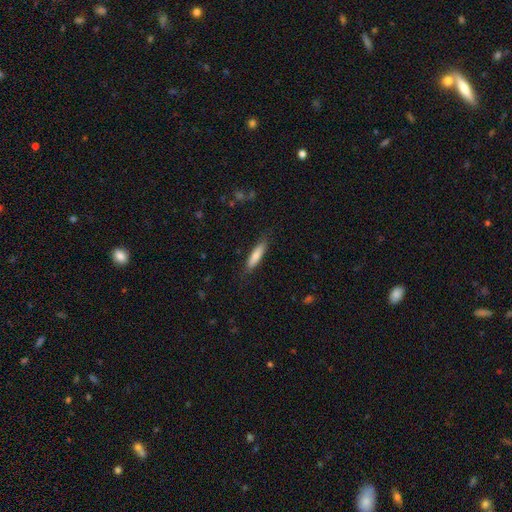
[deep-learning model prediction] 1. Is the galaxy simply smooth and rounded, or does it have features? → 77% smooth, 17% featured or disk, 6% star or artifact.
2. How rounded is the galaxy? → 76% cigar-shaped, 22% in between, 1% round.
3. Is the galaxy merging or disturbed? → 83% none, 13% minor disturbance, 3% major disturbance, 1% merger.